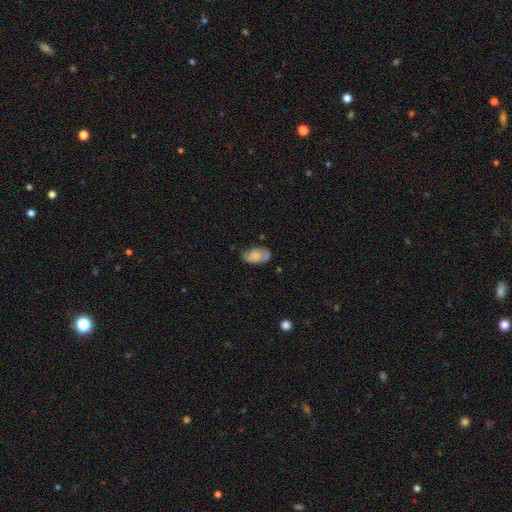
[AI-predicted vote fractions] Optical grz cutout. It shows a smooth galaxy with no disk features (55%) that is in between round and cigar-shaped (92%). Merging: none (66%).